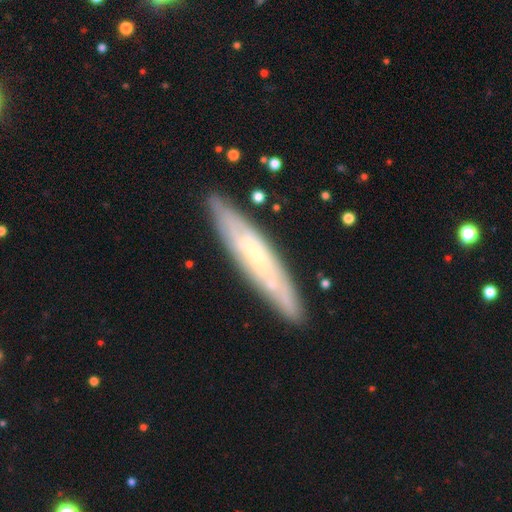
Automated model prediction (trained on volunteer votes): Morphology: type=featured or disk (61%); edge-on=yes (64%); merging=none (85%).